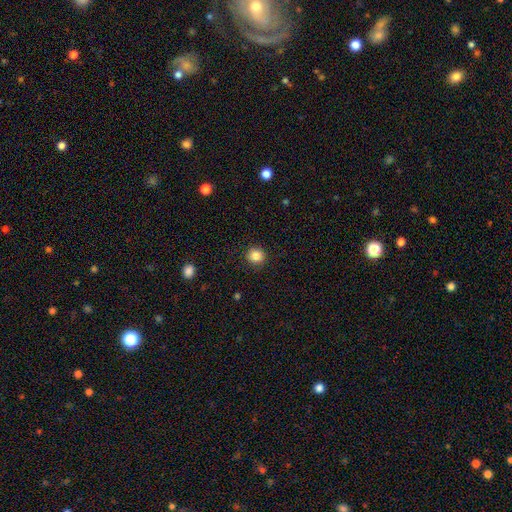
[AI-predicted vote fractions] A smooth galaxy with no disk features (86%) that is round (91%).

Vote fractions:
- Smooth or featured? smooth: 86% / star or artifact: 10% / featured or disk: 4%
- How rounded? round: 91% / in between: 8% / cigar-shaped: 1%
- Merging? none: 90% / minor disturbance: 7% / major disturbance: 2% / merger: 1%